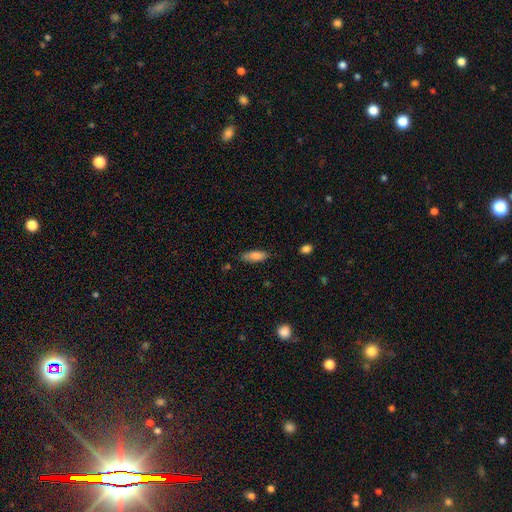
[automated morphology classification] Smooth or featured? Predicted: smooth (p=0.82). How rounded? Predicted: in between (p=0.68). Merging? Predicted: none (p=0.79).